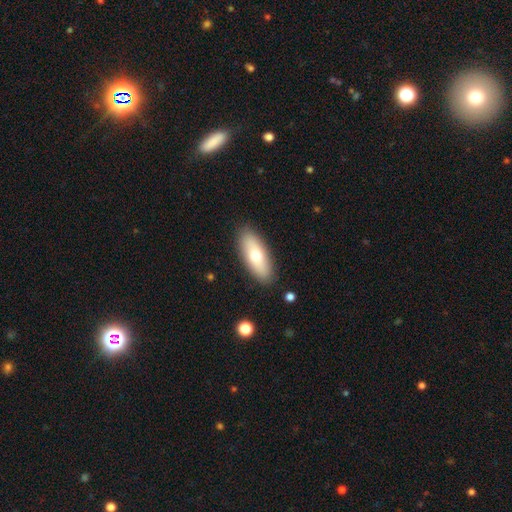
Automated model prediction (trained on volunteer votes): Smooth or featured? Predicted: smooth (p=0.66). How rounded? Predicted: in between (p=0.75). Merging? Predicted: none (p=0.88).